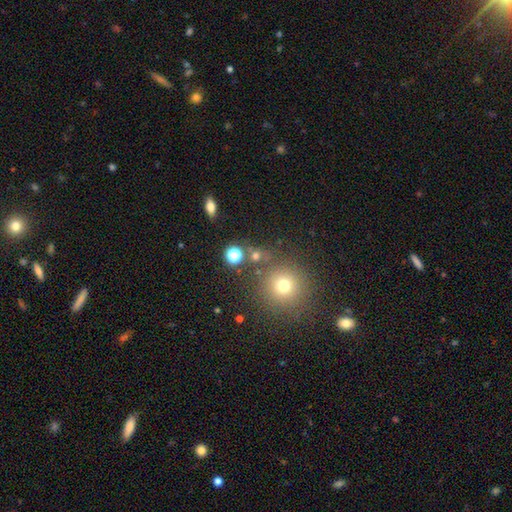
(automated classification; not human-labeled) Overall: smooth (61%; star or artifact 30%). How rounded: round (87%). Merging: none (74%).